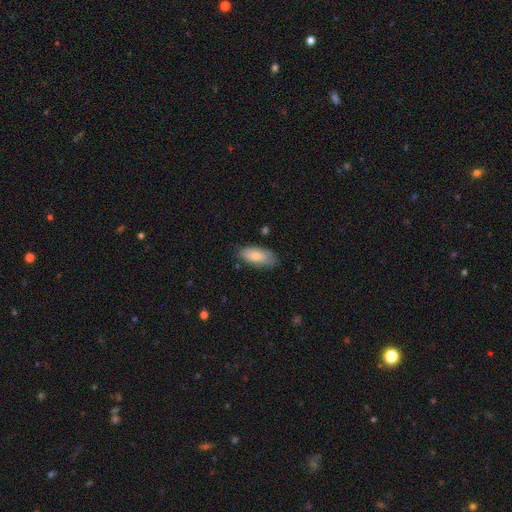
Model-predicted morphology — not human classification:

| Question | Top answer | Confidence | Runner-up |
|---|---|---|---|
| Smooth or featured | smooth | 81% | featured or disk (13%) |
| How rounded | in between | 86% | cigar-shaped (11%) |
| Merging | none | 74% | minor disturbance (20%) |